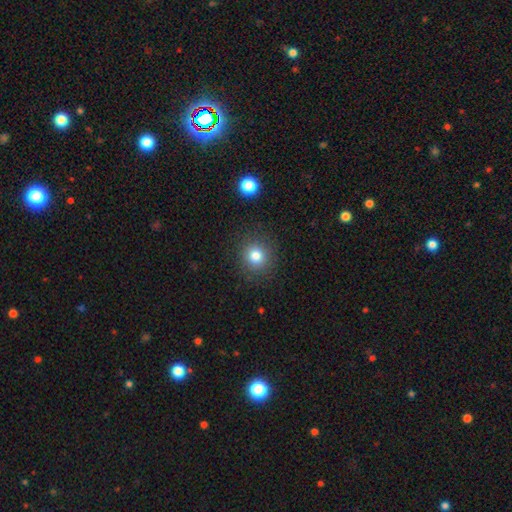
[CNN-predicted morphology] Q: Smooth or featured?
A: smooth (80%); runner-up: star or artifact (13%)
Q: How rounded?
A: round (90%); runner-up: in between (9%)
Q: Merging?
A: none (88%); runner-up: minor disturbance (7%)